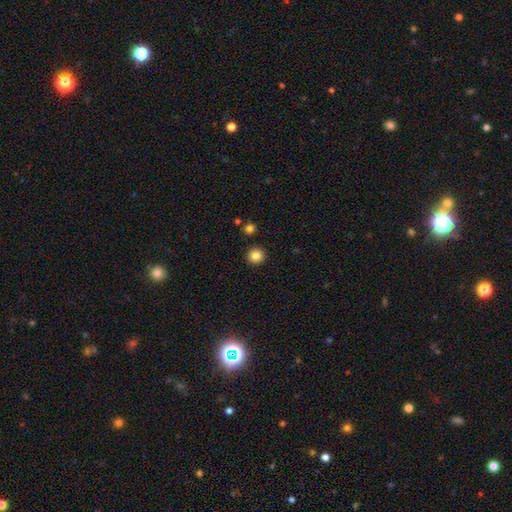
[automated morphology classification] Overall: smooth (84%). How rounded: round (95%). Merging: none (92%).